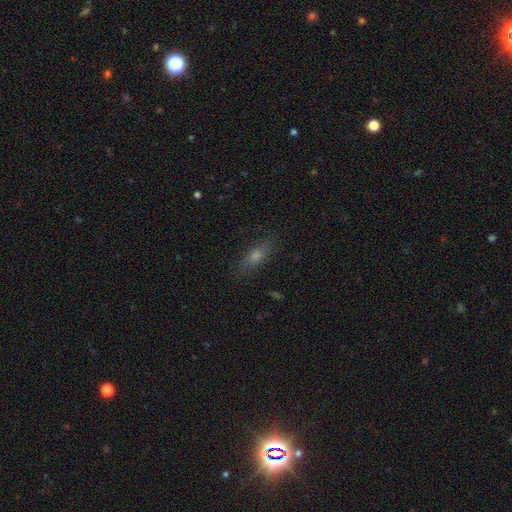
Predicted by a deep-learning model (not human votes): A smooth galaxy with no disk features (58%) that is in between round and cigar-shaped (50%). Merging: none (85%).